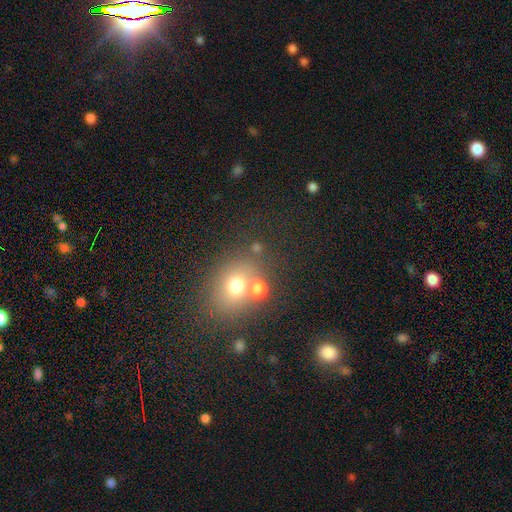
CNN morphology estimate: Overall: smooth (60%; star or artifact 24%). How rounded: round (55%; in between 44%). Merging: none (61%; merger 25%).